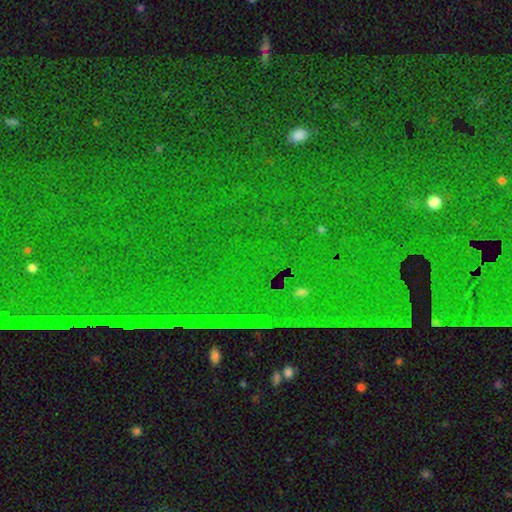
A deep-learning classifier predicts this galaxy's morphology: Overall: star or artifact (84%).